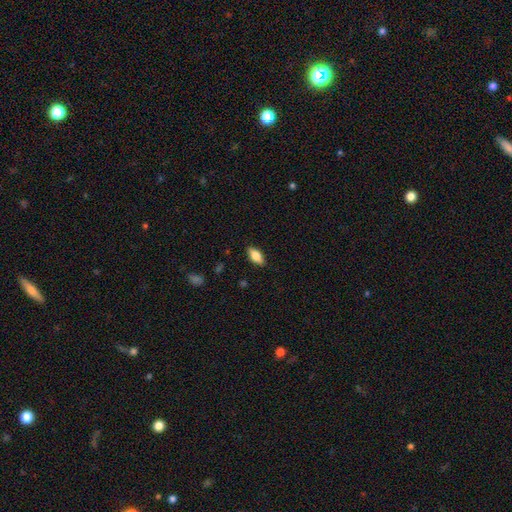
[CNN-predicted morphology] A smooth galaxy with no disk features (77%) that is in between round and cigar-shaped (87%).

Vote fractions:
- Smooth or featured? smooth: 77% / featured or disk: 16% / star or artifact: 7%
- How rounded? in between: 87% / cigar-shaped: 10% / round: 3%
- Merging? none: 87% / minor disturbance: 10% / major disturbance: 2% / merger: 1%